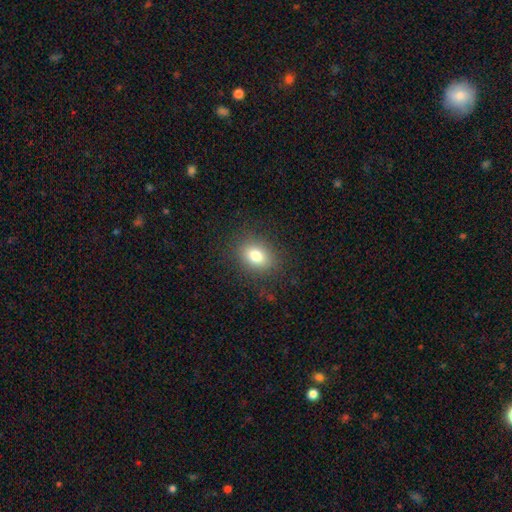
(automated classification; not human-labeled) Smooth or featured: smooth — 79% (star or artifact — 11%)
How rounded: in between — 59% (round — 40%)
Merging: none — 86% (minor disturbance — 9%)